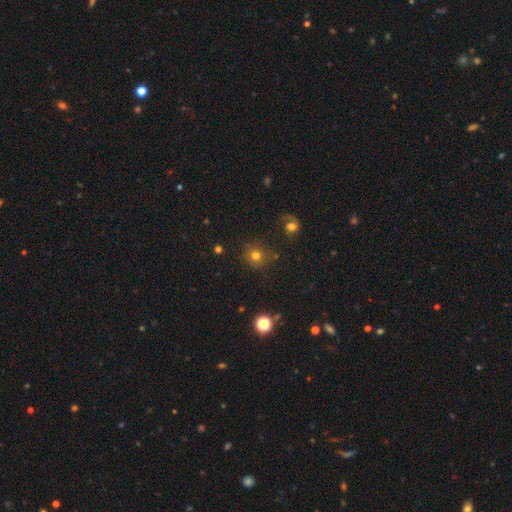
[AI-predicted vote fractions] A smooth galaxy with no disk features (73%) that is round (91%). Merging: none (79%).